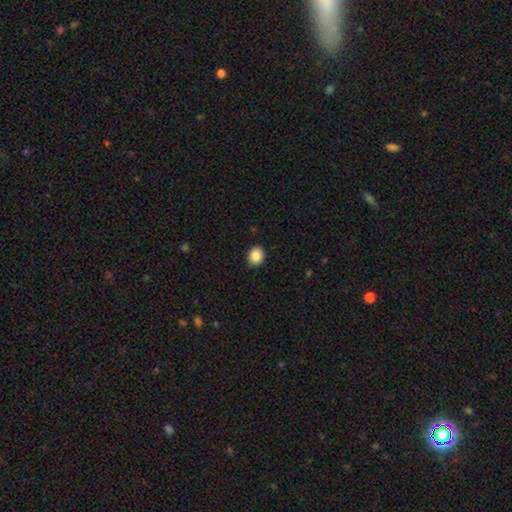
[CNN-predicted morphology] Q: Smooth or featured?
A: smooth (87%); runner-up: star or artifact (9%)
Q: How rounded?
A: round (68%); runner-up: in between (31%)
Q: Merging?
A: none (89%); runner-up: minor disturbance (8%)